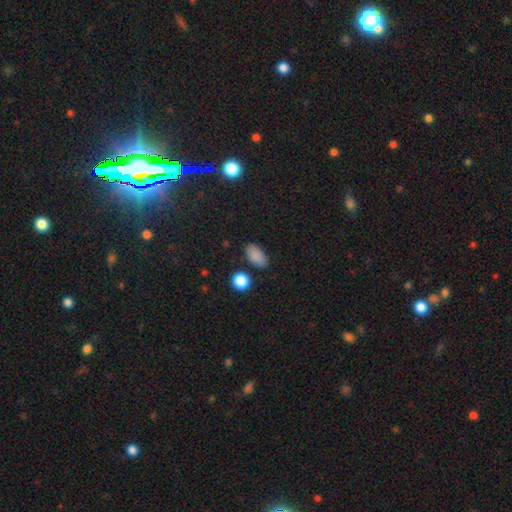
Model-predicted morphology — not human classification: Smooth or featured?
  - smooth: 85% *
  - star or artifact: 10%
  - featured or disk: 5%
How rounded?
  - in between: 89% *
  - round: 8%
  - cigar-shaped: 3%
Merging?
  - none: 81% *
  - minor disturbance: 12%
  - merger: 3%
  - major disturbance: 3%